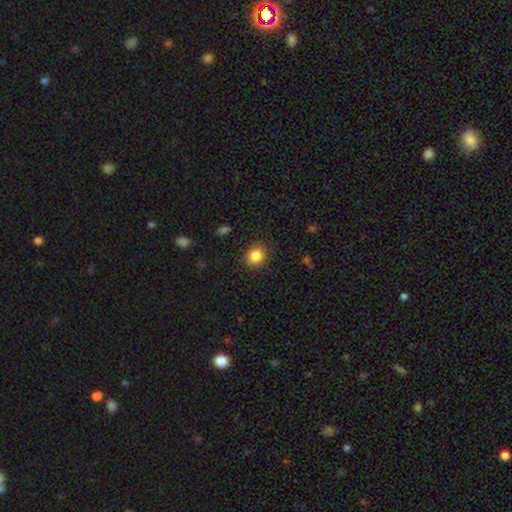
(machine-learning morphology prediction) Overall: smooth (85%). How rounded: round (68%; in between 31%). Merging: none (86%).